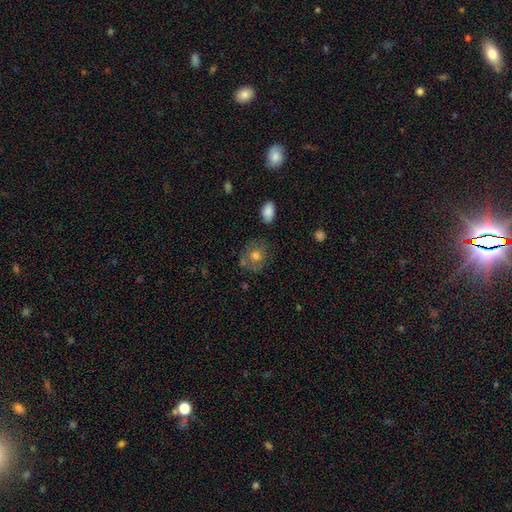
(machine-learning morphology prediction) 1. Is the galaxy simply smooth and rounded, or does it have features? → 66% smooth, 23% featured or disk, 11% star or artifact.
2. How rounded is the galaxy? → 74% round, 25% in between, 1% cigar-shaped.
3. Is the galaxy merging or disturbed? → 67% none, 18% minor disturbance, 9% merger, 6% major disturbance.